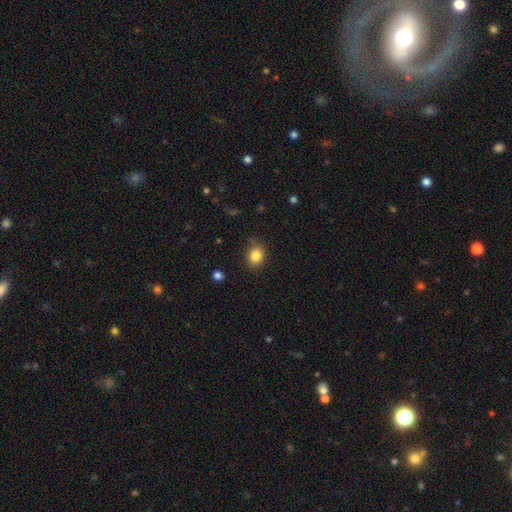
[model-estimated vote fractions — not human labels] Smooth or featured?
  - smooth: 85% *
  - star or artifact: 10%
  - featured or disk: 5%
How rounded?
  - round: 61% *
  - in between: 38%
  - cigar-shaped: 1%
Merging?
  - none: 81% *
  - minor disturbance: 14%
  - major disturbance: 3%
  - merger: 2%